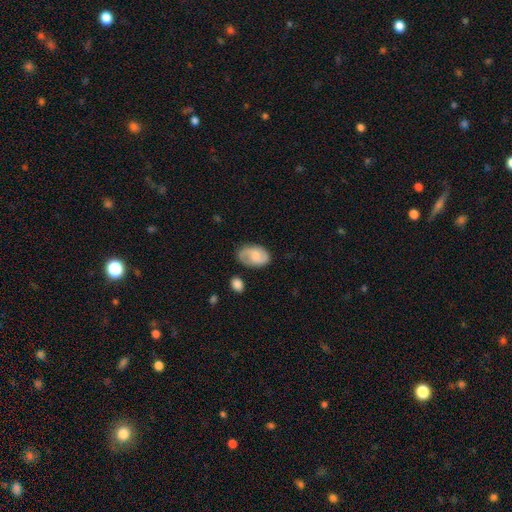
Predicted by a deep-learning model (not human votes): This is possibly a featured or disk galaxy (56%). It is clearly not viewed edge-on (97%). Bar: possibly no (54%). Spiral arm pattern: clearly yes (88%). Central bulge: marginally moderate (37%). Merging: likely none (67%).